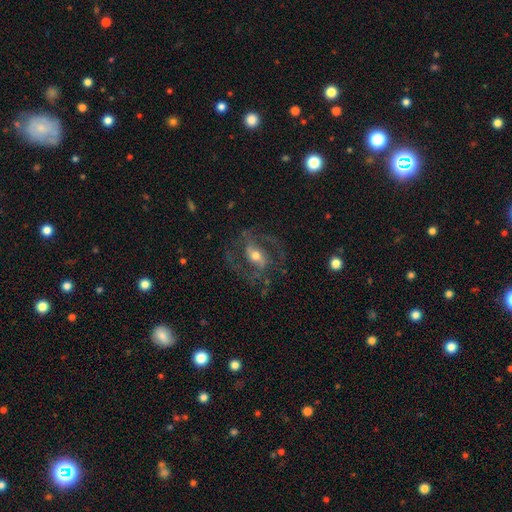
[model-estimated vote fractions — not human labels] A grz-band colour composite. It shows a featured or disk galaxy (82%) with a weak bar (40%), 2 (82%) medium (56%) spiral arms (87%) and a moderate central bulge (68%). Merging: none (68%).